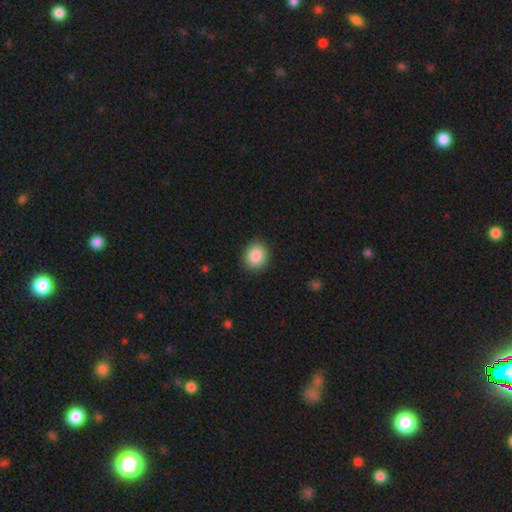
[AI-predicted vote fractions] A smooth galaxy with no disk features (88%) that is round (75%). Merging: none (91%).